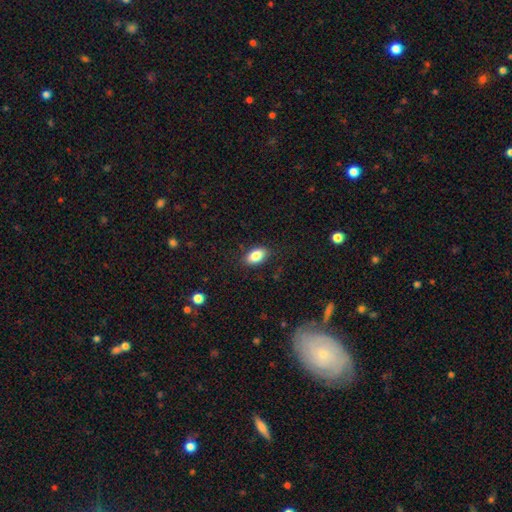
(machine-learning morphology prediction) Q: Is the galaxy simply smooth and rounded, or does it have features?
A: smooth — 84%.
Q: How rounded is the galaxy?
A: in between — 91%.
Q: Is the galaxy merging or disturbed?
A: none — 85%.